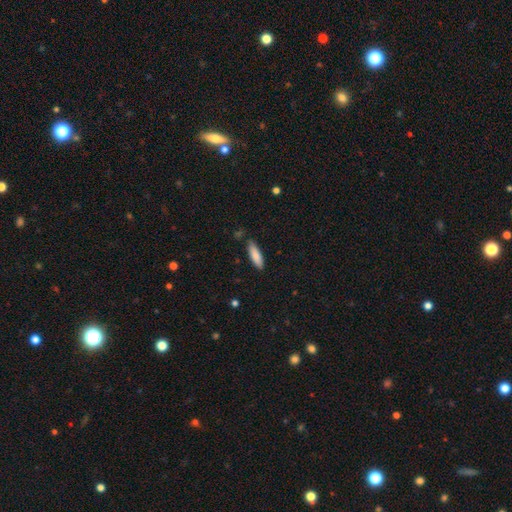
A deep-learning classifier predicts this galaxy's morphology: Smooth or featured: smooth — 85% (featured or disk — 9%)
How rounded: cigar-shaped — 56% (in between — 42%)
Merging: none — 81% (minor disturbance — 14%)